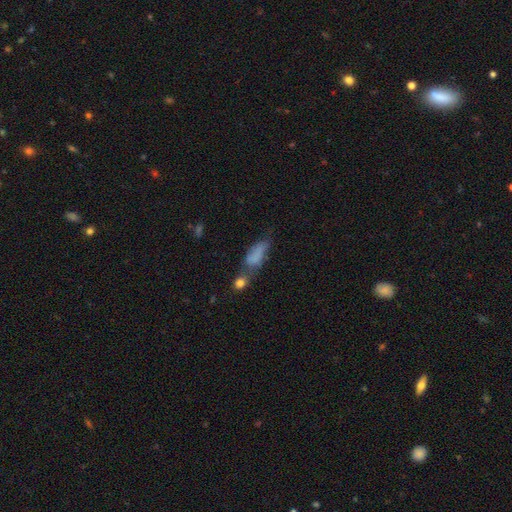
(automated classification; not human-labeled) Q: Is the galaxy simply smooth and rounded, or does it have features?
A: smooth — 69%.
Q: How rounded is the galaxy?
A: in between — 71%.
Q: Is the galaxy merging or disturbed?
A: merger — 32%.